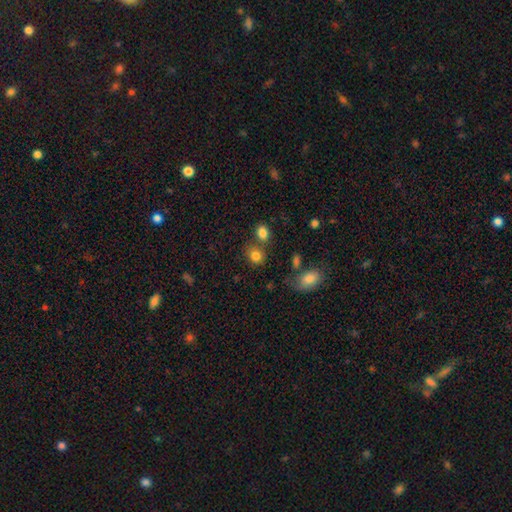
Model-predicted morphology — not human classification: A smooth galaxy with no disk features (82%) that is round (65%).

Vote fractions:
- Smooth or featured? smooth: 82% / star or artifact: 11% / featured or disk: 7%
- How rounded? round: 65% / in between: 34% / cigar-shaped: 1%
- Merging? none: 64% / merger: 19% / minor disturbance: 12% / major disturbance: 5%